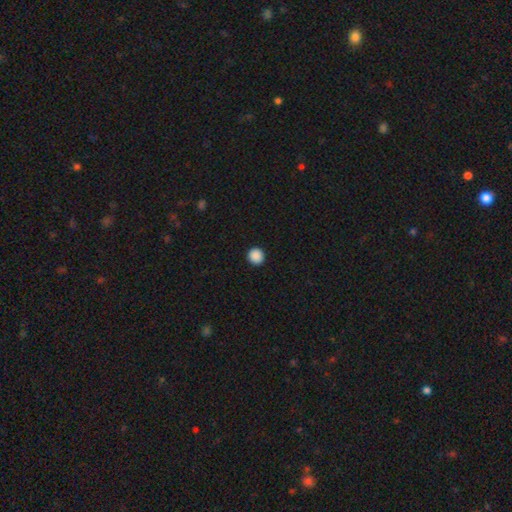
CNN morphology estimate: smooth_or_featured: smooth (p=0.89) [alt: star or artifact p=0.09]
how_rounded: round (p=0.94) [alt: in between p=0.06]
merging: none (p=0.93) [alt: minor disturbance p=0.04]